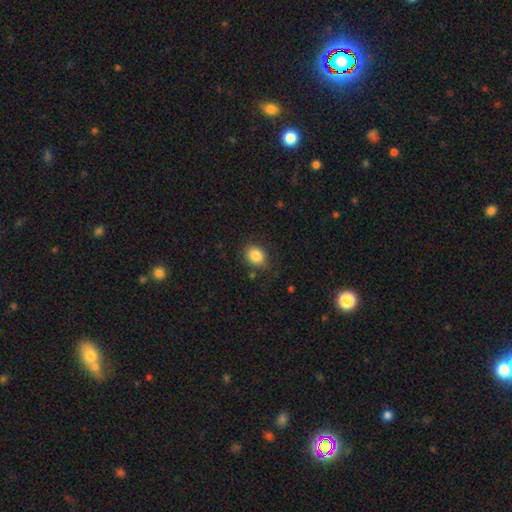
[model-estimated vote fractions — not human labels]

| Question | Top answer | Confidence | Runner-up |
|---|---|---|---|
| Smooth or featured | smooth | 85% | star or artifact (9%) |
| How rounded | in between | 50% | round (49%) |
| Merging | none | 80% | minor disturbance (15%) |